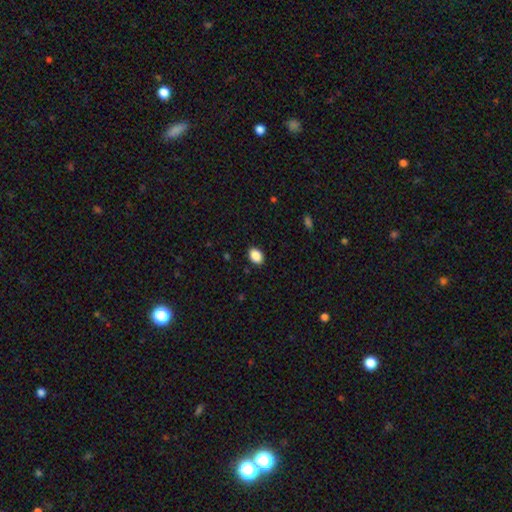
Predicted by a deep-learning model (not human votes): This appears to be a smooth galaxy with no disk features (89%) that is in between round and cigar-shaped (81%). Merging: none (89%).